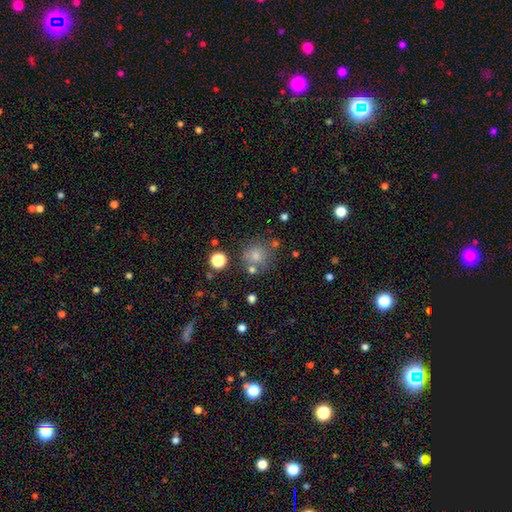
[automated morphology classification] Smooth or featured: smooth — 75% (star or artifact — 15%)
How rounded: round — 89% (in between — 10%)
Merging: none — 70% (minor disturbance — 13%)